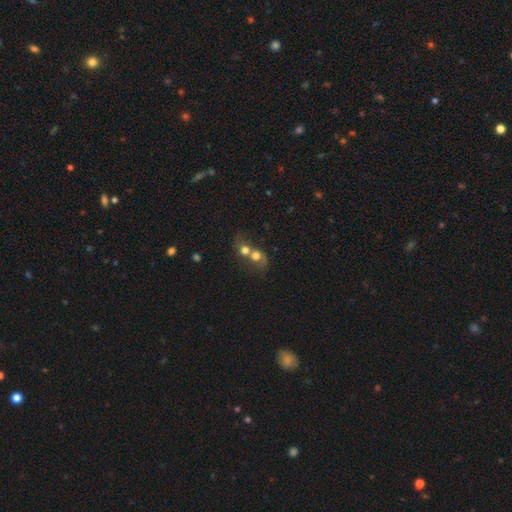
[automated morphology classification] Smooth or featured? smooth (62%)
How rounded? round (69%)
Merging? merger (75%)